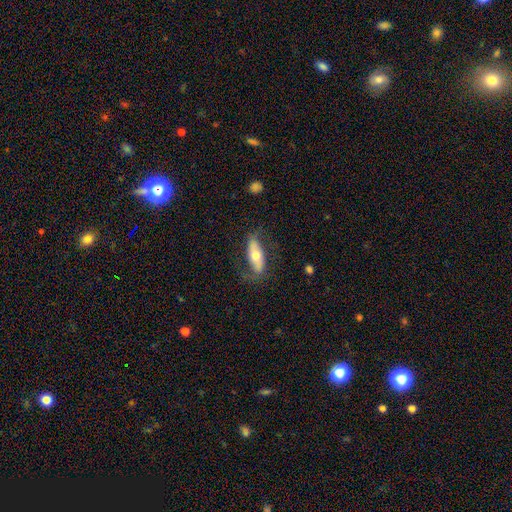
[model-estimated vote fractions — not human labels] Smooth or featured?
  - featured or disk: 54% *
  - smooth: 40%
  - star or artifact: 6%
Edge-on disk?
  - no: 75% *
  - yes: 25%
Merging?
  - none: 69% *
  - minor disturbance: 19%
  - major disturbance: 10%
  - merger: 2%